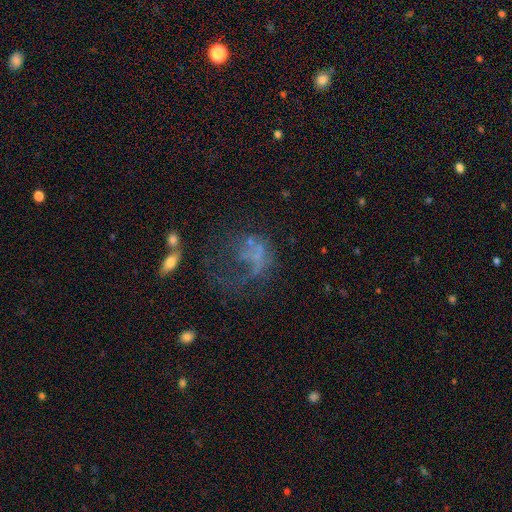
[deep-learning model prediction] featured or disk 48%, smooth 32%, star or artifact 20%. Down the decision tree: merging — major disturbance (51%).